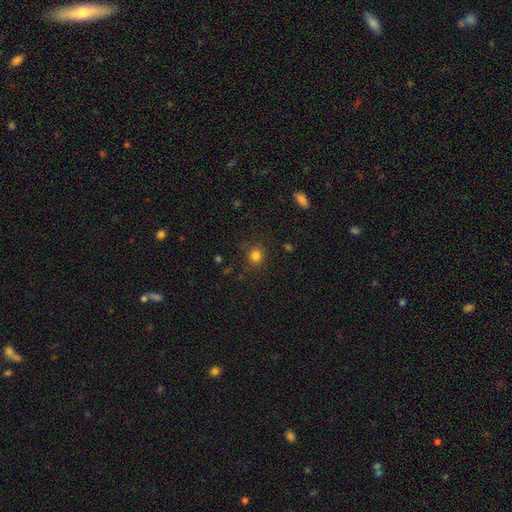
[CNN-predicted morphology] smooth-or-featured: smooth: 81% | star or artifact: 14% | featured or disk: 6%
  how-rounded: round: 84% | in between: 15% | cigar-shaped: 1%
  merging: none: 84% | minor disturbance: 11% | major disturbance: 4% | merger: 2%